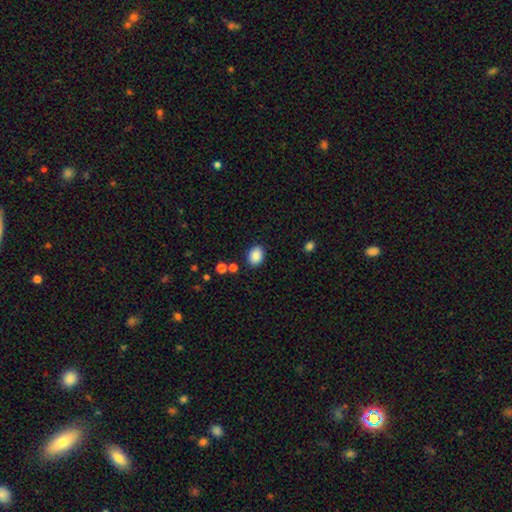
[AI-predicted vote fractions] A smooth galaxy with no disk features (88%) that is in between round and cigar-shaped (69%).

Vote fractions:
- Smooth or featured? smooth: 88% / star or artifact: 8% / featured or disk: 4%
- How rounded? in between: 69% / round: 30% / cigar-shaped: 1%
- Merging? none: 85% / minor disturbance: 10% / major disturbance: 3% / merger: 3%